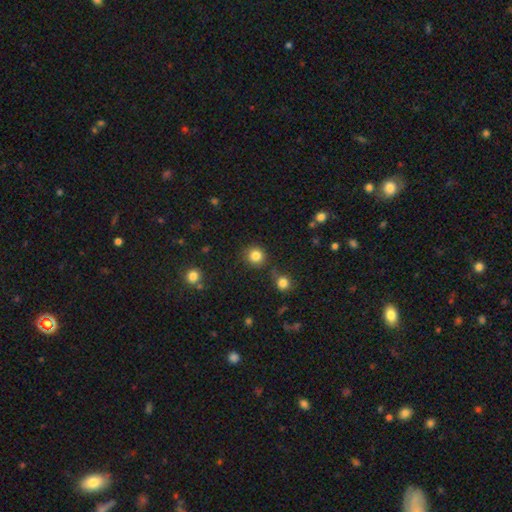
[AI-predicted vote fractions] A smooth galaxy with no disk features (84%) that is round (92%). Merging: none (83%).